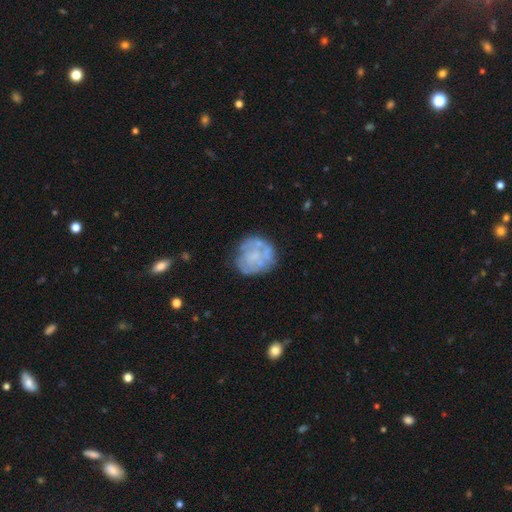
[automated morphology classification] featured or disk 57%, smooth 35%, star or artifact 8%. Down the decision tree: edge-on disk — no (98%); bar — no (88%); spiral arms — no (69%); bulge size — none (62%); merging — none (62%).